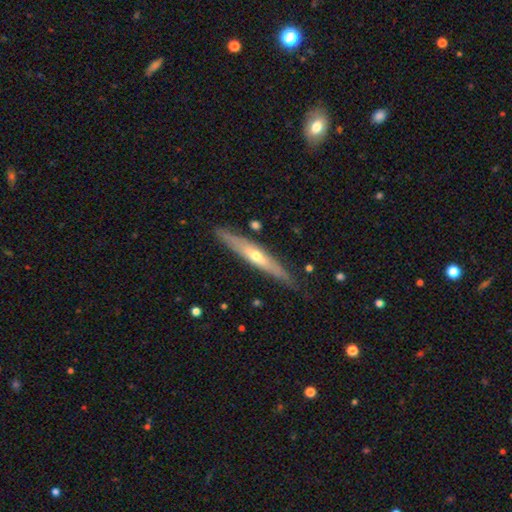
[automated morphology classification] featured or disk 67%, smooth 27%, star or artifact 6%. Down the decision tree: edge-on disk — yes (92%); edge-on bulge — rounded (79%); merging — none (86%).